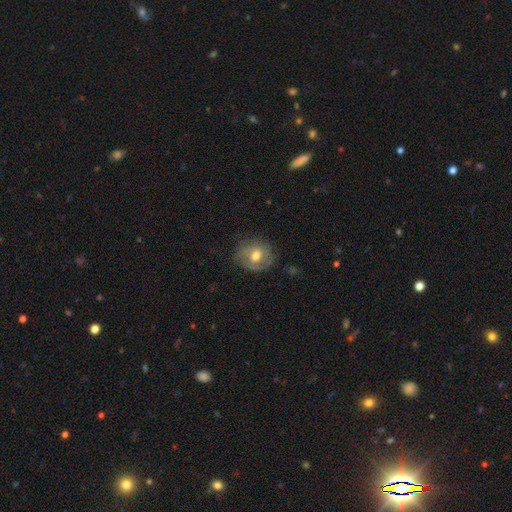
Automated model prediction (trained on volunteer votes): This appears to be a smooth galaxy with no disk features (50%) that is round (72%). Merging: none (69%).